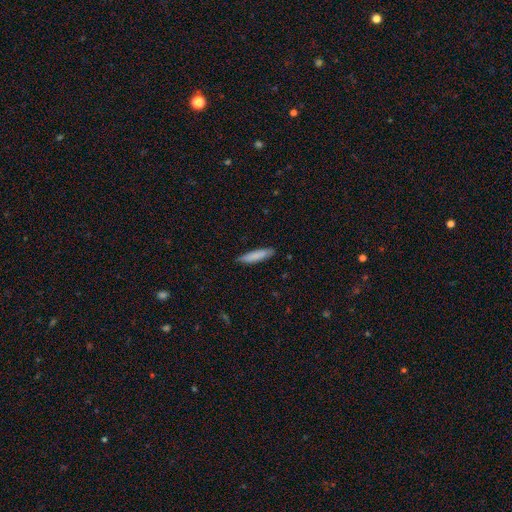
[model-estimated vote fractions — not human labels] Q: Smooth or featured?
A: smooth (83%); runner-up: featured or disk (11%)
Q: How rounded?
A: cigar-shaped (80%); runner-up: in between (19%)
Q: Merging?
A: none (85%); runner-up: minor disturbance (13%)